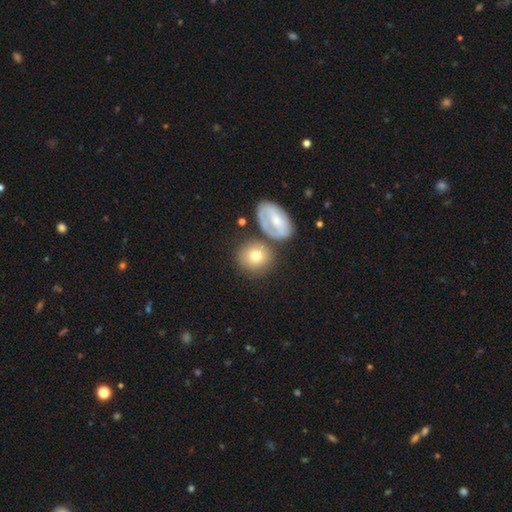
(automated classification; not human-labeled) smooth_or_featured: smooth (p=0.71) [alt: featured or disk p=0.21]
how_rounded: round (p=0.79) [alt: in between p=0.20]
merging: none (p=0.61) [alt: merger p=0.19]